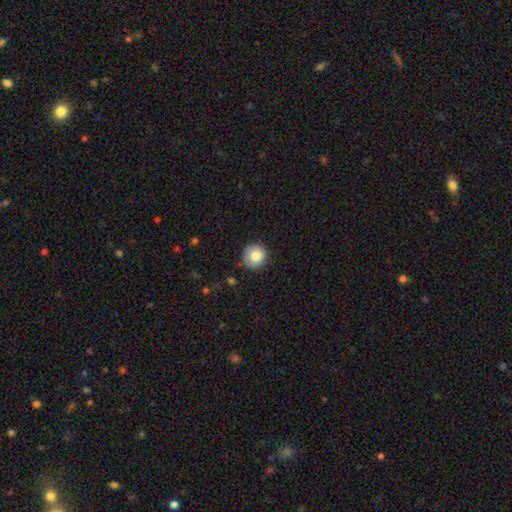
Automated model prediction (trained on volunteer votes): smooth_or_featured: smooth (p=0.83) [alt: star or artifact p=0.09]
how_rounded: round (p=0.91) [alt: in between p=0.08]
merging: none (p=0.83) [alt: minor disturbance p=0.12]